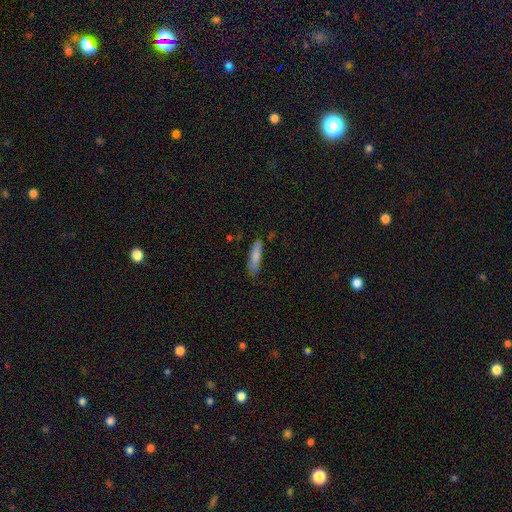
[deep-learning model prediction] The model was most divided on "how rounded": cigar-shaped: 68%, in between: 31%, round: 2%. More confident: smooth or featured — smooth (81%); merging — none (69%).